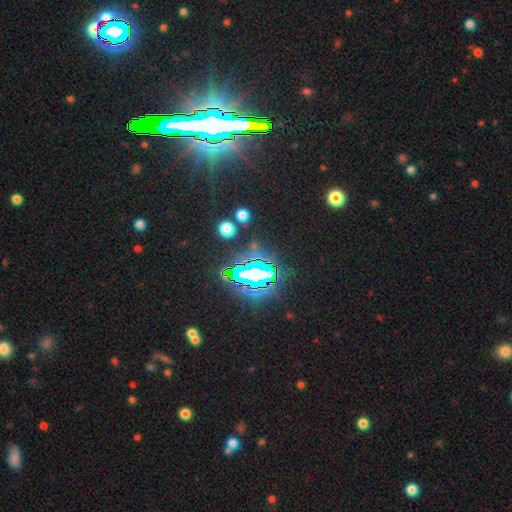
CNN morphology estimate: This appears to be a star or artifact, not a galaxy (83%).